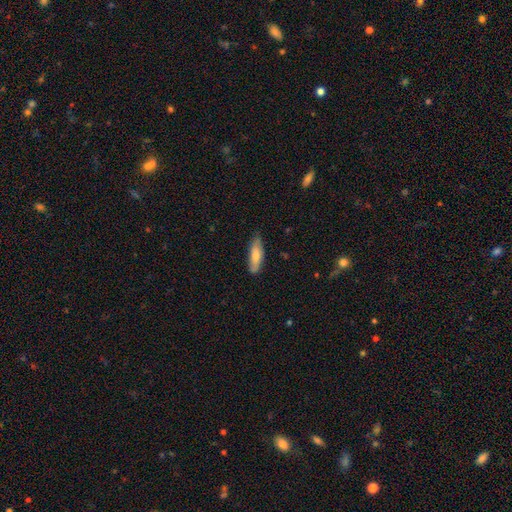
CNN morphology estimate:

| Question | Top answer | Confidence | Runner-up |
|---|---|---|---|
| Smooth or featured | smooth | 74% | featured or disk (20%) |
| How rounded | cigar-shaped | 50% | in between (48%) |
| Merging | none | 77% | minor disturbance (19%) |